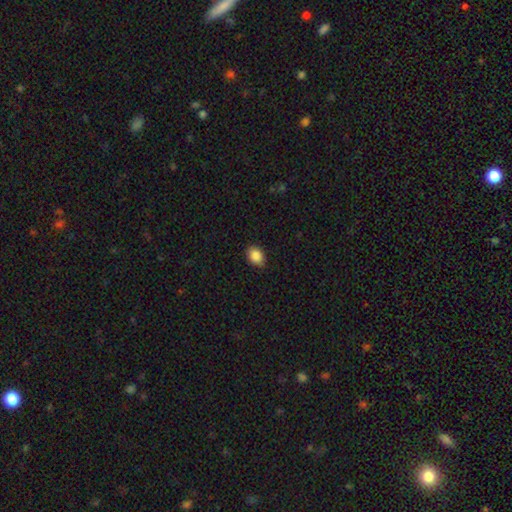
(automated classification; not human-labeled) smooth 87%, star or artifact 9%, featured or disk 4%. Down the decision tree: how rounded — in between (68%); merging — none (83%).